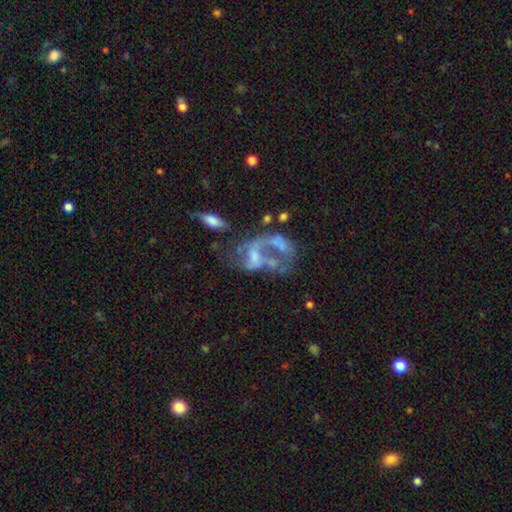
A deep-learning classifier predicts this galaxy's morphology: Overall: featured or disk (71%). Edge-on disk: no (97%). Bar: no (66%; weak 26%). Spiral arms: no (53%; yes 47%). Bulge size: none (45%; small 30%). Merging: major disturbance (41%; merger 27%).